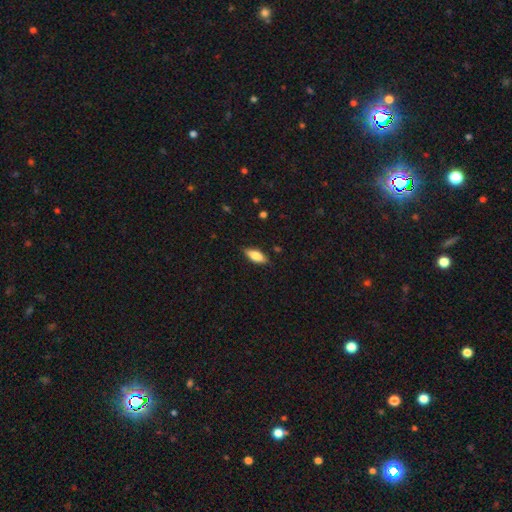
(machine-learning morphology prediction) Overall: smooth (77%). How rounded: in between (74%). Merging: none (84%).